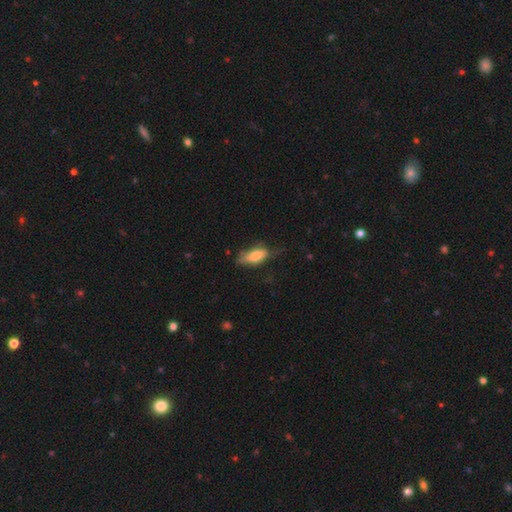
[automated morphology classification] smooth 75%, featured or disk 19%, star or artifact 7%. Down the decision tree: how rounded — in between (76%); merging — none (52%).